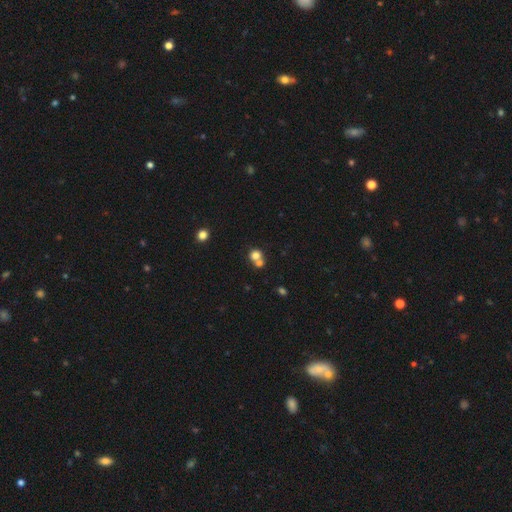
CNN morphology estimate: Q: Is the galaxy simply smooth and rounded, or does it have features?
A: smooth — 76%.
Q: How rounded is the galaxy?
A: round — 83%.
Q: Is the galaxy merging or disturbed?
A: merger — 50%.